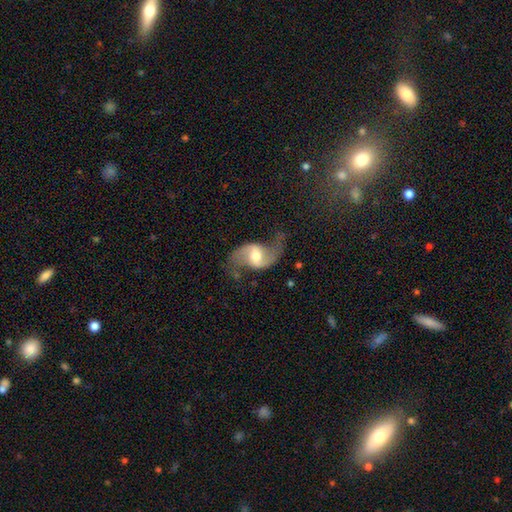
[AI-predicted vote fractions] Smooth or featured: featured or disk — 85% (smooth — 10%)
Edge-on disk: no — 97% (yes — 3%)
Bar: weak — 50% (no — 26%)
Spiral arms: yes — 94% (no — 6%)
Spiral winding: loose — 73% (medium — 22%)
Spiral arm count: 2 — 92% (1 — 3%)
Bulge size: moderate — 65% (small — 18%)
Merging: none — 61% (minor disturbance — 20%)